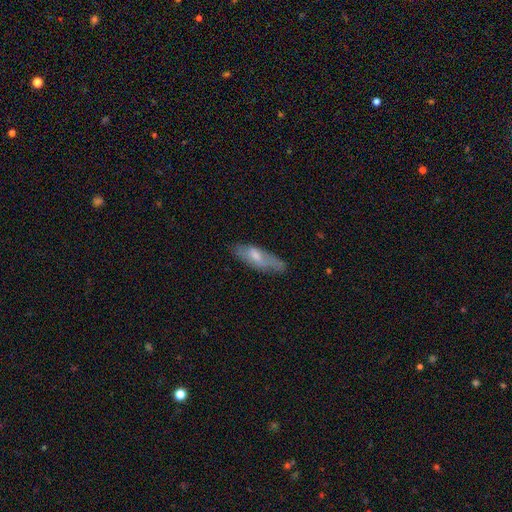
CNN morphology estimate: A smooth galaxy with no disk features (51%) that is in between round and cigar-shaped (50%).

Vote fractions:
- Smooth or featured? smooth: 51% / featured or disk: 41% / star or artifact: 7%
- How rounded? in between: 50% / cigar-shaped: 48% / round: 2%
- Merging? none: 69% / minor disturbance: 23% / major disturbance: 7% / merger: 2%